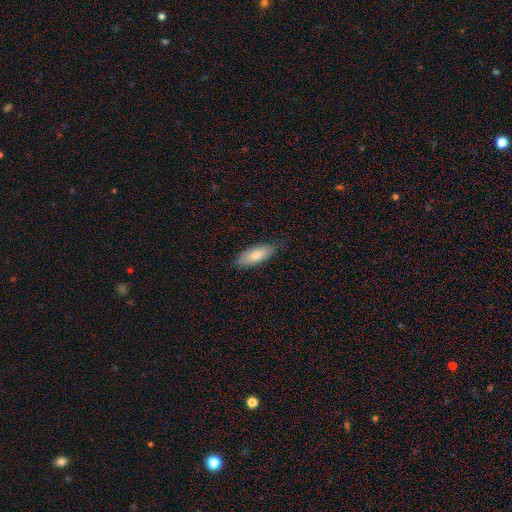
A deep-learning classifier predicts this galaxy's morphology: Smooth or featured: smooth — 75% (featured or disk — 19%)
How rounded: in between — 72% (cigar-shaped — 26%)
Merging: none — 82% (minor disturbance — 15%)